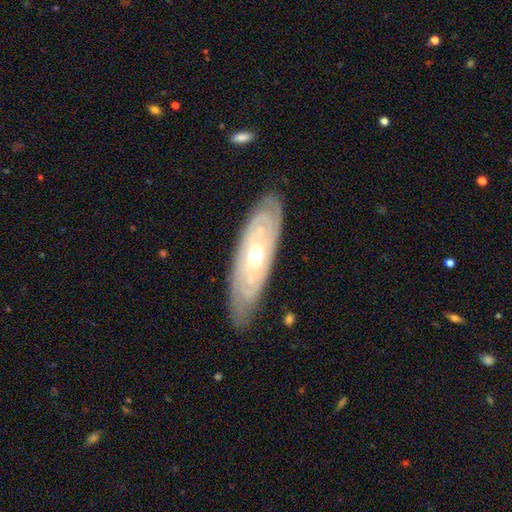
featured or disk 77%, smooth 23%, star or artifact 0%. Down the decision tree: edge-on disk — no (87%); bar — no (92%); spiral arms — yes (92%); spiral arm count — can't tell (42%); spiral winding — tight (96%); bulge size — moderate (85%); merging — none (92%).